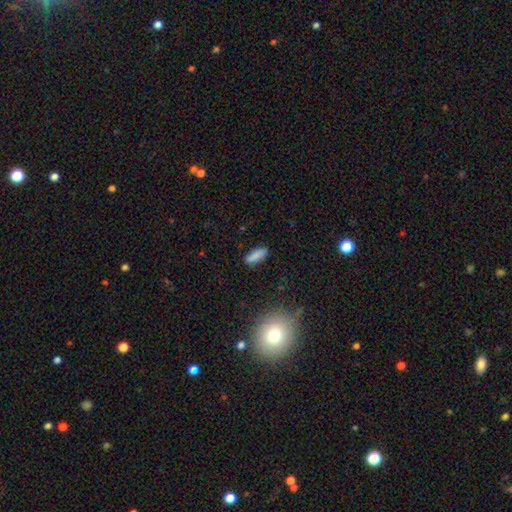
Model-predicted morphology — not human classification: smooth-or-featured: smooth: 86% | star or artifact: 8% | featured or disk: 6%
  how-rounded: in between: 65% | cigar-shaped: 33% | round: 2%
  merging: none: 85% | minor disturbance: 11% | major disturbance: 2% | merger: 2%